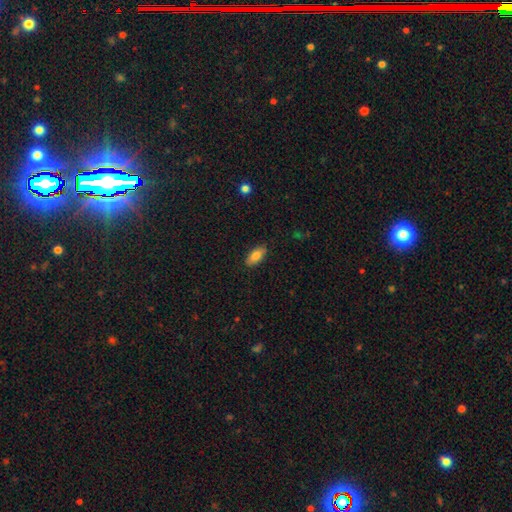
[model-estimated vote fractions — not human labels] Smooth or featured: smooth — 82% (featured or disk — 11%)
How rounded: in between — 88% (cigar-shaped — 10%)
Merging: none — 87% (minor disturbance — 10%)